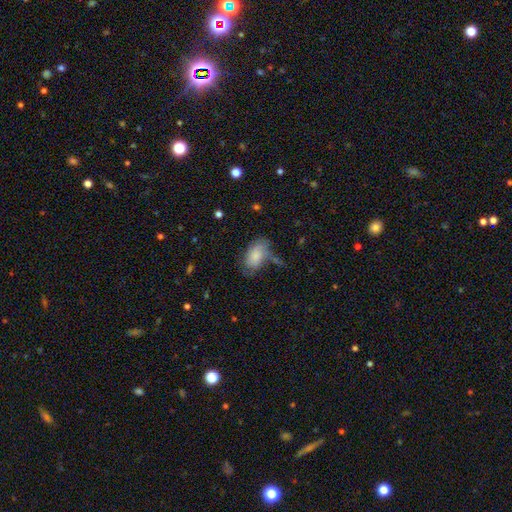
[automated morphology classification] Smooth or featured?
  - smooth: 80% *
  - featured or disk: 13%
  - star or artifact: 7%
How rounded?
  - in between: 93% *
  - round: 5%
  - cigar-shaped: 2%
Merging?
  - none: 49% *
  - minor disturbance: 29%
  - major disturbance: 14%
  - merger: 8%